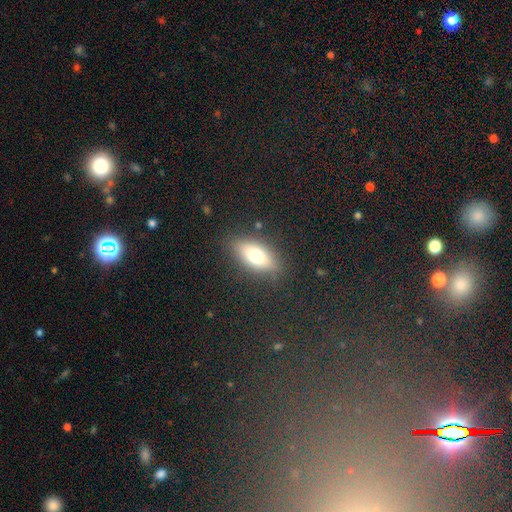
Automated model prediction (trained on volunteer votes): Smooth or featured? smooth (69%)
How rounded? in between (79%)
Merging? none (81%)